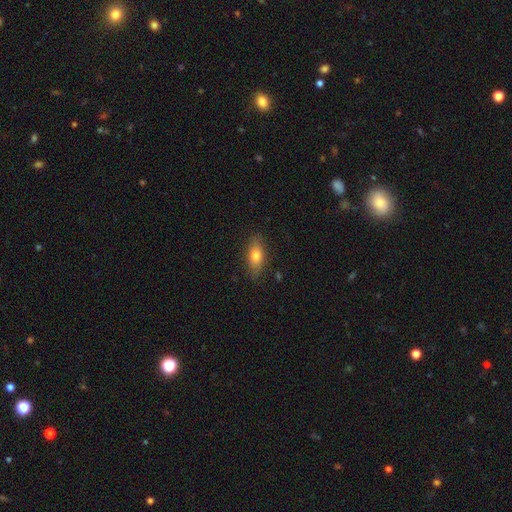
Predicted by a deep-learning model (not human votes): A smooth galaxy with no disk features (74%) that is in between round and cigar-shaped (79%). Merging: none (84%).